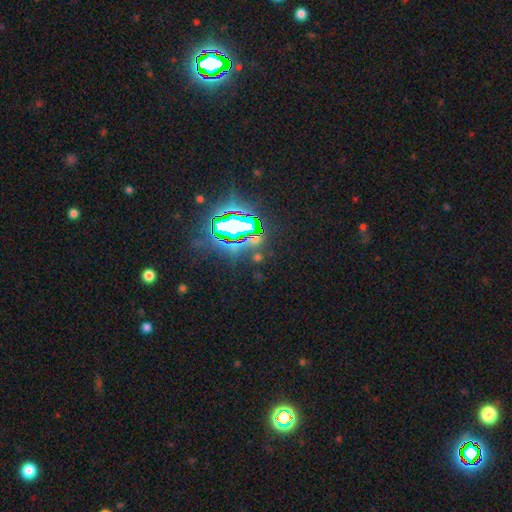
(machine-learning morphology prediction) Q: Smooth or featured?
A: star or artifact (78%); runner-up: smooth (12%)